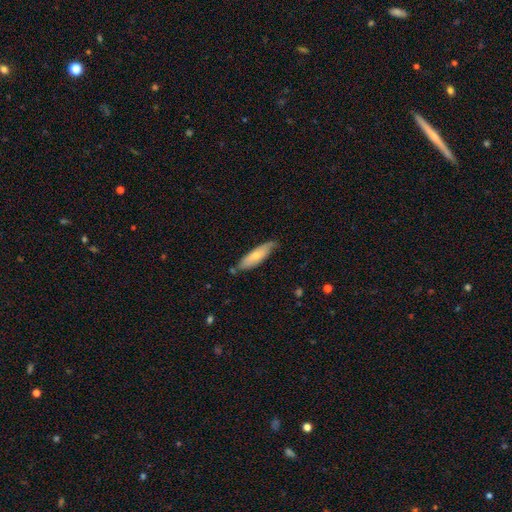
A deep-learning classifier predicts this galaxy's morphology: smooth-or-featured: smooth: 66% | featured or disk: 29% | star or artifact: 5%
  how-rounded: cigar-shaped: 56% | in between: 43% | round: 2%
  merging: none: 65% | minor disturbance: 27% | major disturbance: 4% | merger: 4%